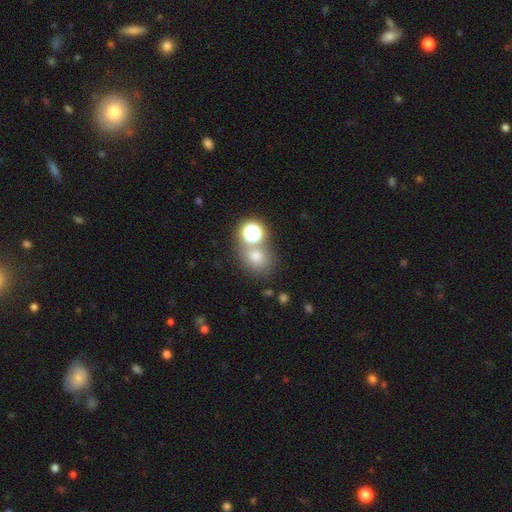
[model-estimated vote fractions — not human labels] This appears to be a smooth galaxy with no disk features (67%) that is round (74%). Merging: none (63%).